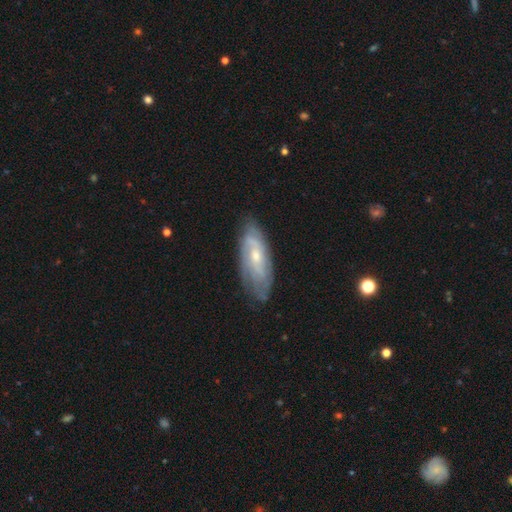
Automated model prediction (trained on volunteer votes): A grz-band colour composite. It shows a featured or disk galaxy (70%) with no bar (59%), spiral arms (84%) and a small central bulge (50%). Merging: none (74%).